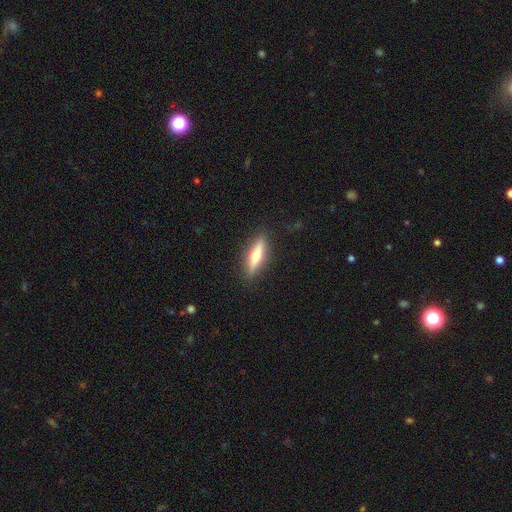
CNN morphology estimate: Smooth or featured? Predicted: featured or disk (p=0.56). Edge-on disk? Predicted: yes (p=0.93). Edge-on bulge? Predicted: rounded (p=0.92). Merging? Predicted: none (p=0.89).